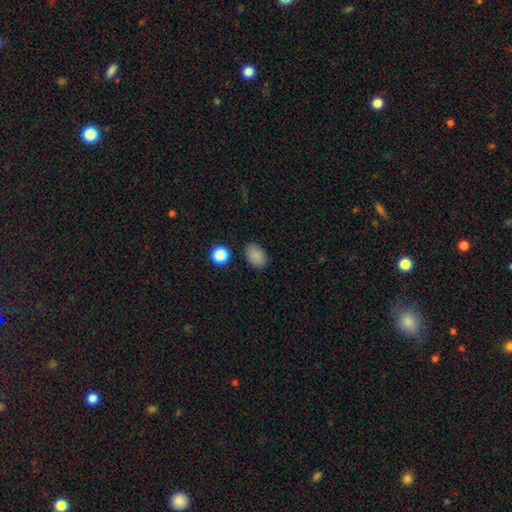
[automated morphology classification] type=smooth (86%); roundness=in between (81%); merging=none (85%).